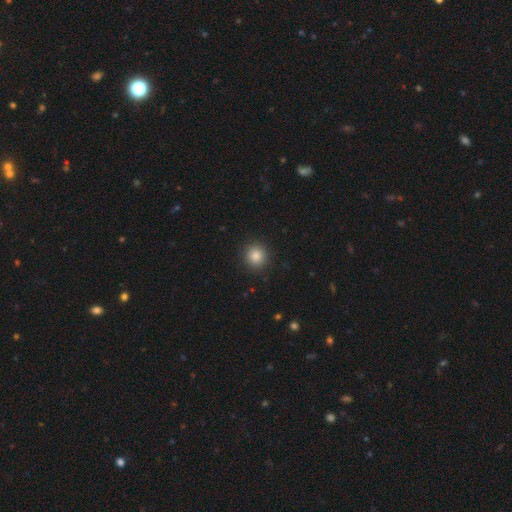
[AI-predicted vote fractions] Overall: smooth (85%). How rounded: round (92%). Merging: none (92%).